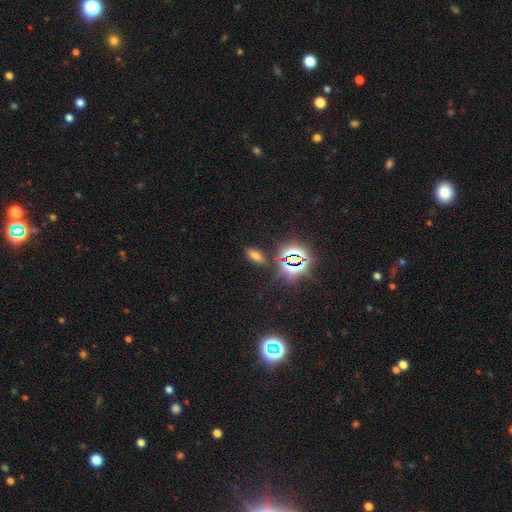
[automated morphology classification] smooth-or-featured: smooth: 54% | star or artifact: 36% | featured or disk: 10%
  how-rounded: in between: 75% | cigar-shaped: 18% | round: 7%
  merging: none: 84% | minor disturbance: 9% | major disturbance: 4% | merger: 3%